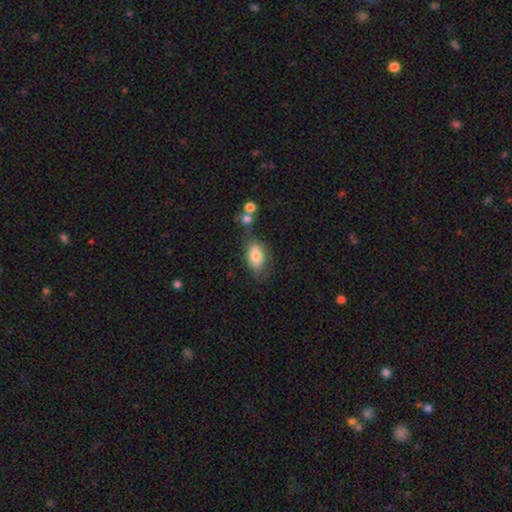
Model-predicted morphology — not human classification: This appears to be a smooth galaxy with no disk features (77%) that is in between round and cigar-shaped (88%). Merging: none (60%).